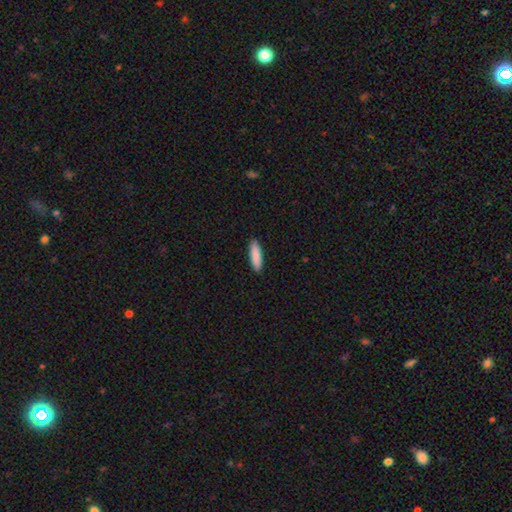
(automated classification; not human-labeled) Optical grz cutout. It shows a smooth galaxy with no disk features (88%) that is cigar-shaped (72%). Merging: none (91%).